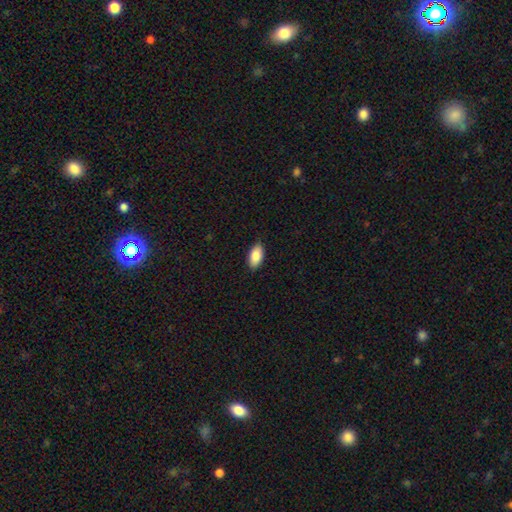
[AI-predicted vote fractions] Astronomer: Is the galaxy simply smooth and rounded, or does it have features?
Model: smooth — 86%.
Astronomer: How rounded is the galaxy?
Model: in between — 93%.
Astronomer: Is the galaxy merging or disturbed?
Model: none — 87%.